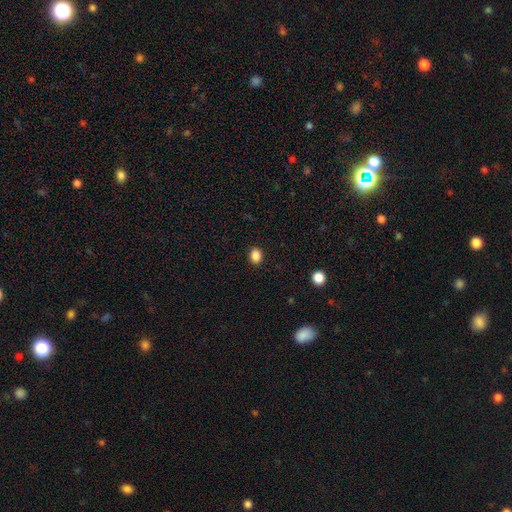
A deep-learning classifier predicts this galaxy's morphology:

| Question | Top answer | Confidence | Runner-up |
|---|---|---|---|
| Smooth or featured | smooth | 87% | star or artifact (10%) |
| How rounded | in between | 62% | round (37%) |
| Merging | none | 90% | minor disturbance (7%) |